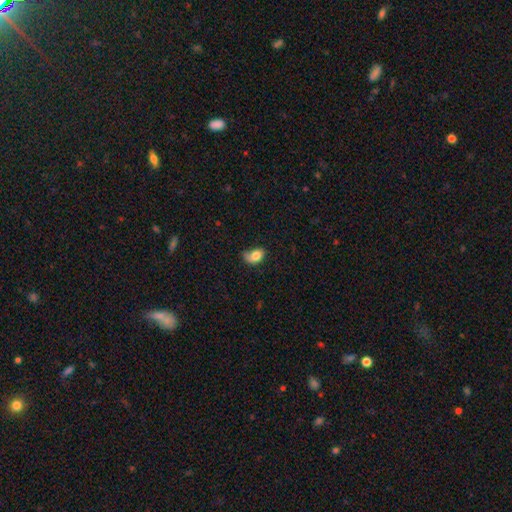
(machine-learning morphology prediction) smooth 78%, featured or disk 14%, star or artifact 8%. Down the decision tree: how rounded — in between (79%); merging — none (38%).